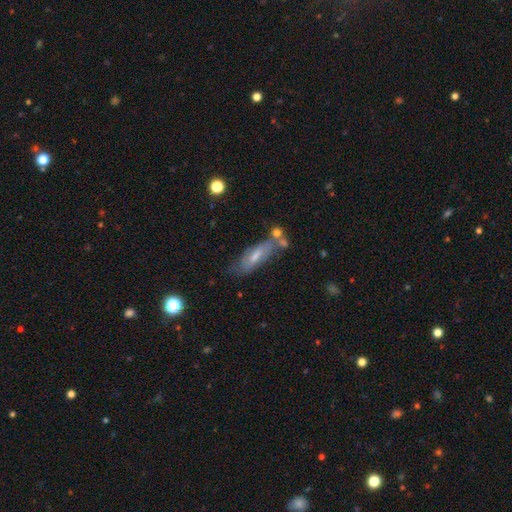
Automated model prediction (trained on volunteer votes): The model was most divided on "smooth or featured": featured or disk: 47%, smooth: 44%, star or artifact: 10%. More confident: merging — none (58%).